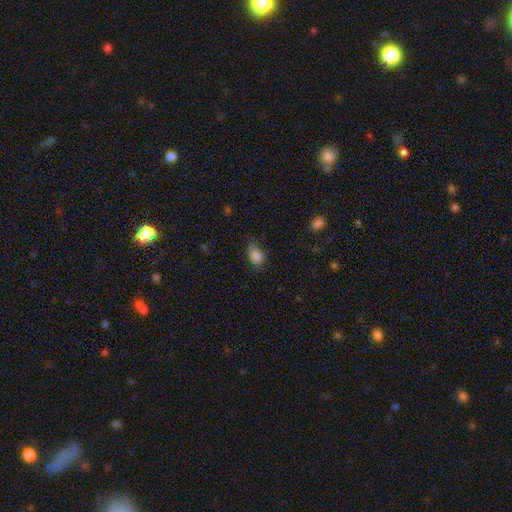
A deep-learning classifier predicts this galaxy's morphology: A smooth galaxy with no disk features (85%) that is in between round and cigar-shaped (81%).

Vote fractions:
- Smooth or featured? smooth: 85% / star or artifact: 9% / featured or disk: 5%
- How rounded? in between: 81% / round: 18% / cigar-shaped: 2%
- Merging? none: 67% / minor disturbance: 25% / major disturbance: 6% / merger: 1%